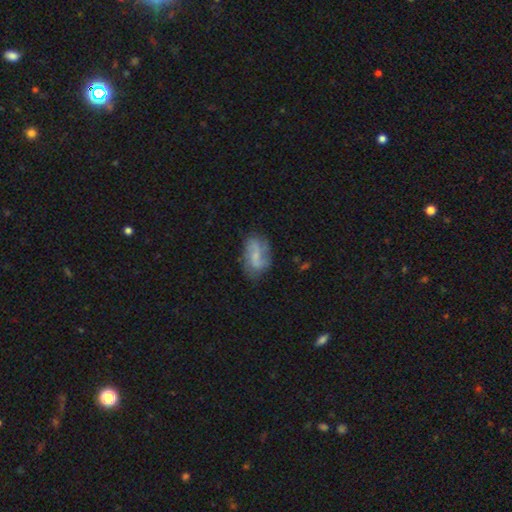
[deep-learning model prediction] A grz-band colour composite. It shows a featured or disk galaxy (55%) with a weak bar (44%), spiral arms (78%) and a small central bulge (47%). Merging: none (61%).